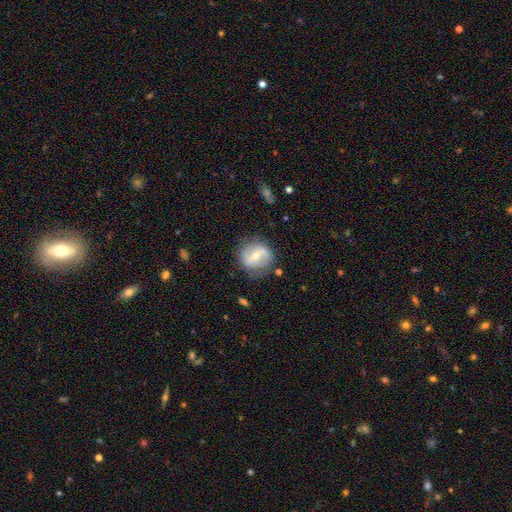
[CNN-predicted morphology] smooth_or_featured: featured or disk (p=0.67) [alt: smooth p=0.27]
disk_edge_on: no (p=0.97) [alt: yes p=0.03]
bar: weak (p=0.43) [alt: strong p=0.34]
has_spiral_arms: yes (p=0.79) [alt: no p=0.21]
spiral_winding: medium (p=0.41) [alt: loose p=0.37]
spiral_arm_count: 2 (p=0.84) [alt: can't tell p=0.09]
bulge_size: moderate (p=0.53) [alt: small p=0.41]
merging: none (p=0.75) [alt: minor disturbance p=0.16]